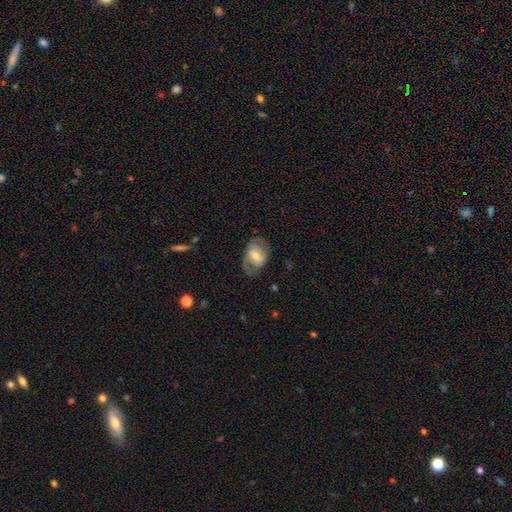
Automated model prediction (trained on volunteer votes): Smooth or featured? Predicted: featured or disk (p=0.66). Edge-on disk? Predicted: no (p=0.95). Bar? Predicted: weak (p=0.46). Spiral arms? Predicted: yes (p=0.79). Bulge size? Predicted: moderate (p=0.54). Merging? Predicted: none (p=0.67).